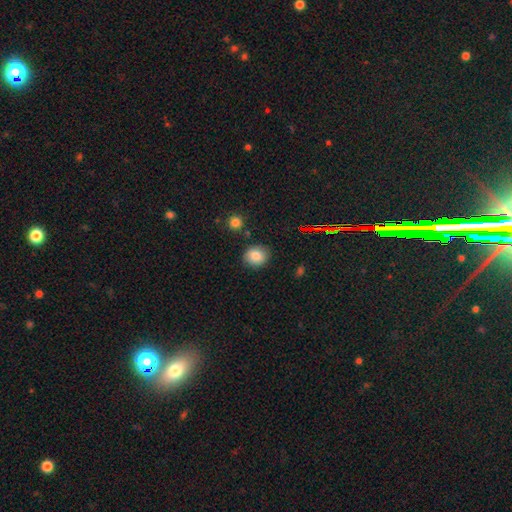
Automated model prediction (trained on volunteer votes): Smooth or featured? Predicted: smooth (p=0.82). How rounded? Predicted: round (p=0.74). Merging? Predicted: none (p=0.85).